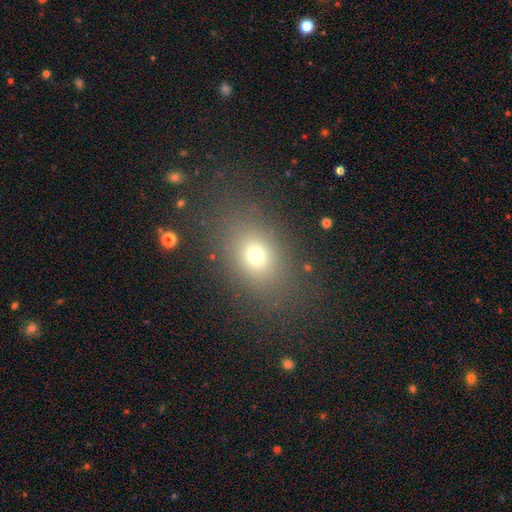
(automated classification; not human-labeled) The model was most divided on "how rounded": in between: 65%, round: 33%, cigar-shaped: 2%. More confident: merging — none (80%); smooth or featured — smooth (70%).